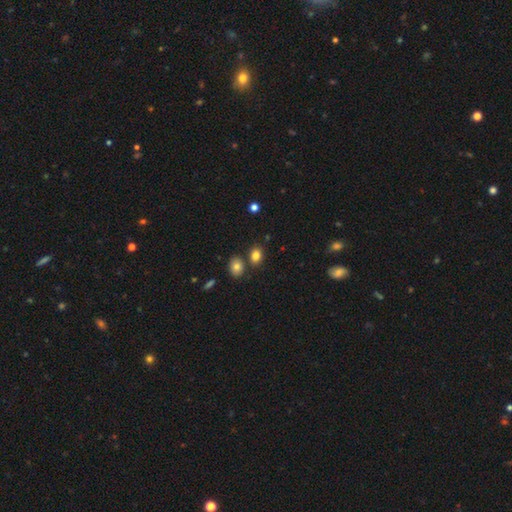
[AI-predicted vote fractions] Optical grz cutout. It shows a smooth galaxy with no disk features (82%) that is in between round and cigar-shaped (59%). Merging: none (73%).